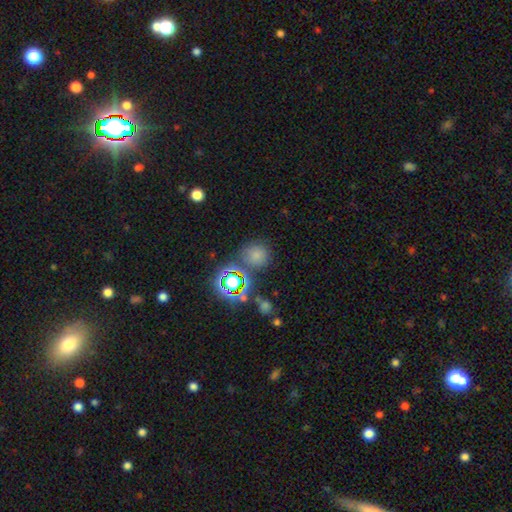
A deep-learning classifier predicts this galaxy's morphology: Smooth or featured: smooth — 66% (star or artifact — 27%)
How rounded: round — 86% (in between — 12%)
Merging: none — 73% (minor disturbance — 12%)